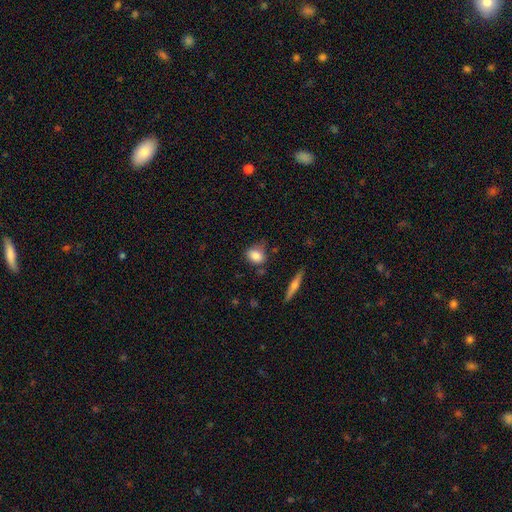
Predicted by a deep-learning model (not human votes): Q: Smooth or featured?
A: smooth (83%); runner-up: featured or disk (9%)
Q: How rounded?
A: in between (54%); runner-up: round (43%)
Q: Merging?
A: none (59%); runner-up: minor disturbance (29%)